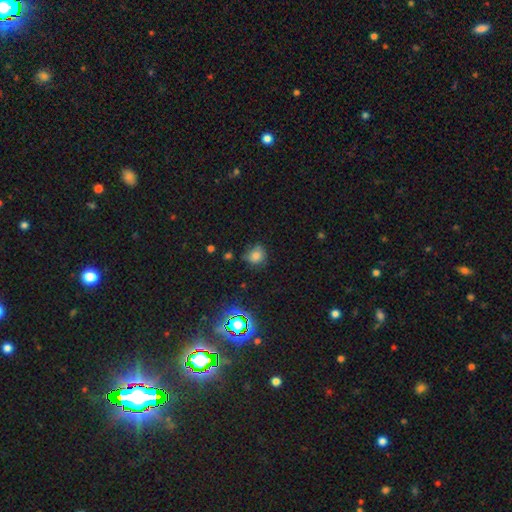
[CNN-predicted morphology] smooth-or-featured: smooth: 74% | star or artifact: 17% | featured or disk: 9%
  how-rounded: round: 78% | in between: 21% | cigar-shaped: 1%
  merging: none: 61% | minor disturbance: 27% | major disturbance: 9% | merger: 3%